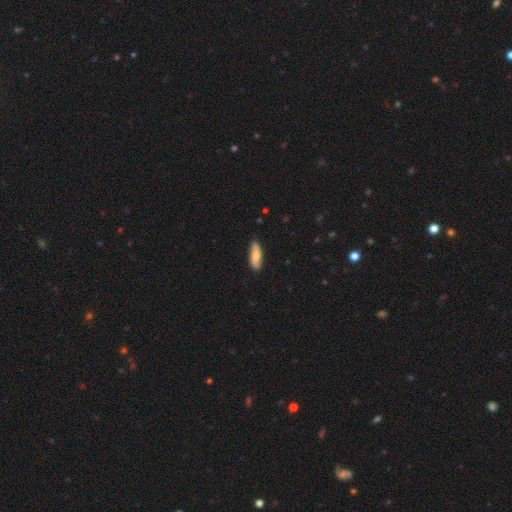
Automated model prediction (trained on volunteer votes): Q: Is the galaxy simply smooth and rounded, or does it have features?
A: smooth — 57%.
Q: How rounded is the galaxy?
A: in between — 57%.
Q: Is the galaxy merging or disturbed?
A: none — 82%.